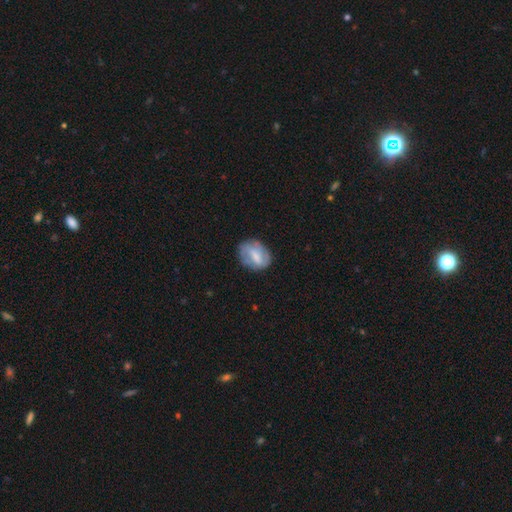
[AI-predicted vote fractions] Smooth or featured: smooth — 52% (featured or disk — 41%)
How rounded: in between — 68% (round — 31%)
Merging: none — 66% (minor disturbance — 23%)